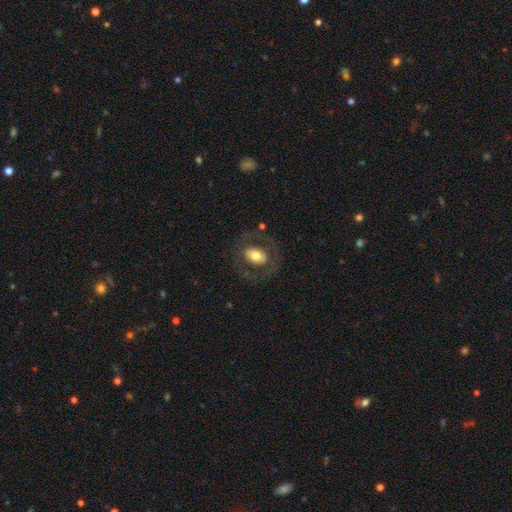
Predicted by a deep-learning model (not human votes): Morphology: type=smooth (54%); roundness=in between (70%); merging=none (73%).